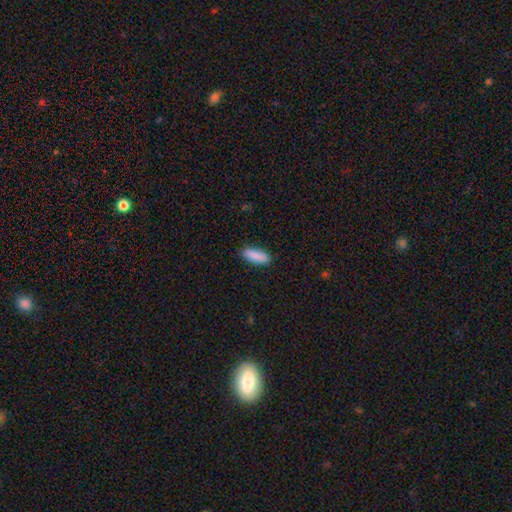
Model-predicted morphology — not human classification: smooth_or_featured: smooth (p=0.90) [alt: star or artifact p=0.06]
how_rounded: in between (p=0.66) [alt: cigar-shaped p=0.32]
merging: none (p=0.88) [alt: minor disturbance p=0.09]